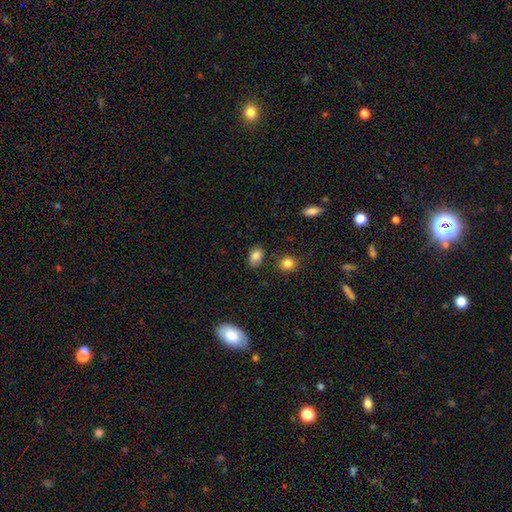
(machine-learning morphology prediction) type=smooth (84%); roundness=in between (84%); merging=none (82%).